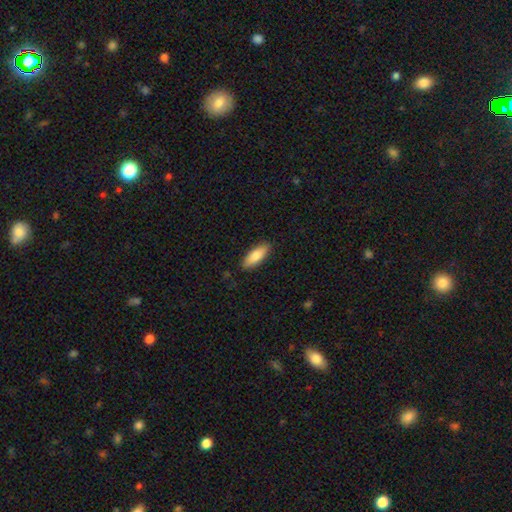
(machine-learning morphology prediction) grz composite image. It shows a smooth galaxy with no disk features (82%) that is in between round and cigar-shaped (69%). Merging: none (87%).